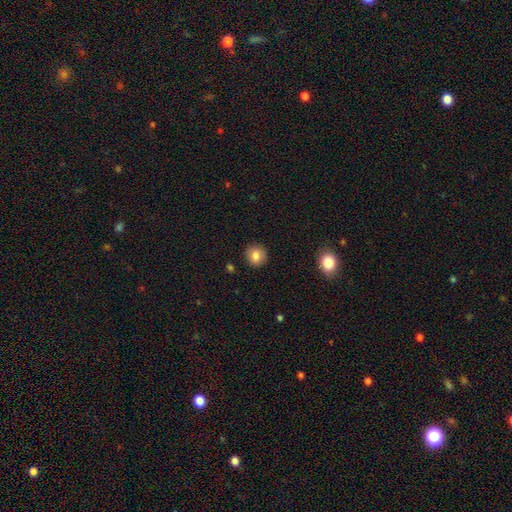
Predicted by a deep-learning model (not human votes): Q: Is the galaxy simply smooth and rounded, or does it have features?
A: smooth — 83%.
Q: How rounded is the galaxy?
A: round — 85%.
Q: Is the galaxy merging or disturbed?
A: none — 89%.